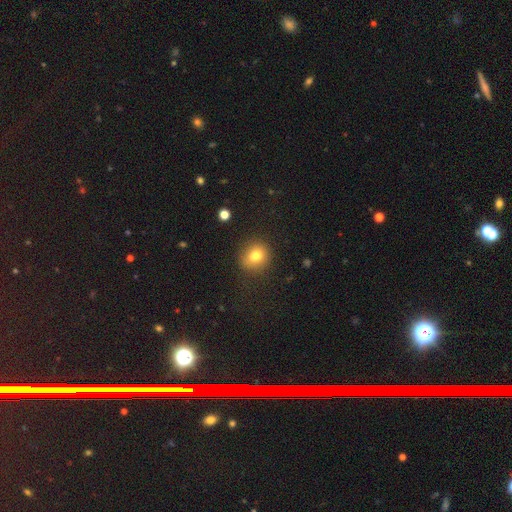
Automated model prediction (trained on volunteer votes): Q: Smooth or featured?
A: smooth (78%); runner-up: star or artifact (12%)
Q: How rounded?
A: round (71%); runner-up: in between (28%)
Q: Merging?
A: none (77%); runner-up: minor disturbance (14%)